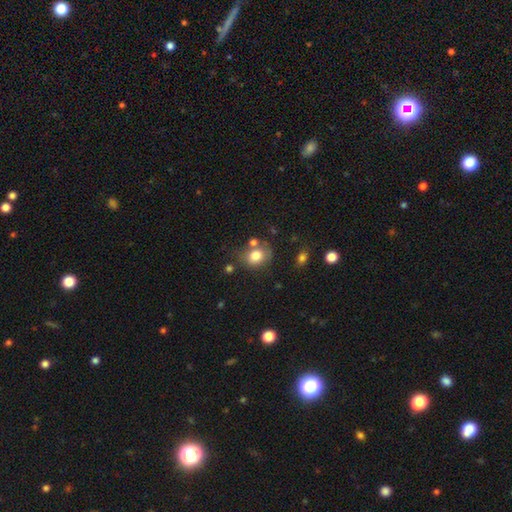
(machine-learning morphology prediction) The model was most divided on "how rounded": round: 57%, in between: 42%, cigar-shaped: 1%. More confident: smooth or featured — smooth (78%); merging — none (54%).